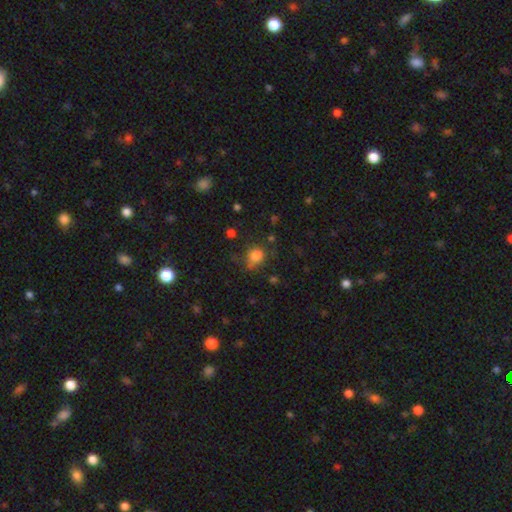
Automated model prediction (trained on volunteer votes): smooth 80%, star or artifact 13%, featured or disk 7%. Down the decision tree: how rounded — round (72%); merging — none (62%).